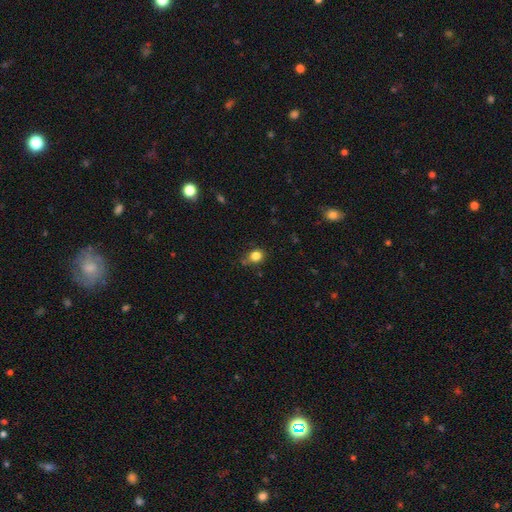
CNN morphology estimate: smooth 82%, star or artifact 13%, featured or disk 5%. Down the decision tree: how rounded — round (71%); merging — none (72%).